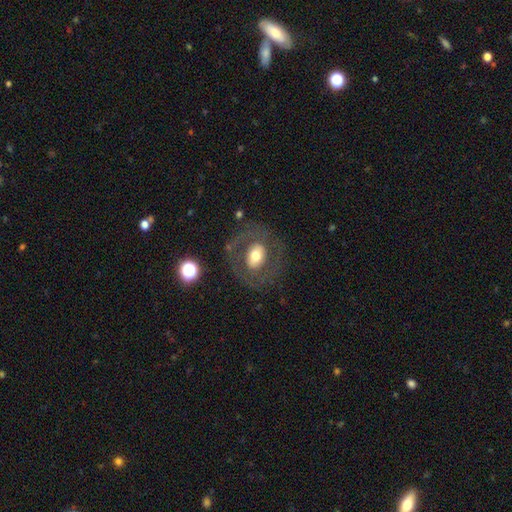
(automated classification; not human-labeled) Smooth or featured? featured or disk (50%)
Edge-on disk? no (94%)
Merging? none (74%)